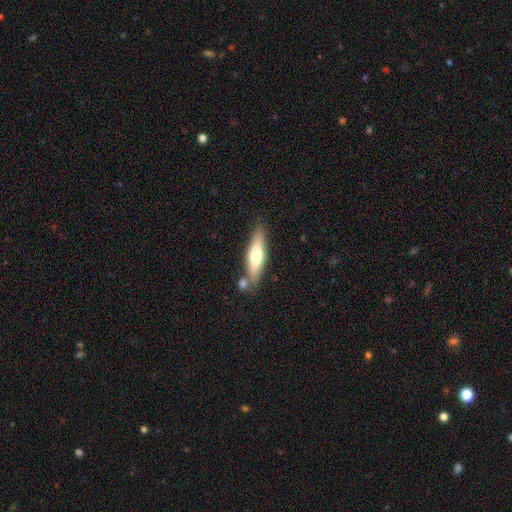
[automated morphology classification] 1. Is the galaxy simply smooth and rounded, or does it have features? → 54% smooth, 40% featured or disk, 6% star or artifact.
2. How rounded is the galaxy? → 71% cigar-shaped, 27% in between, 2% round.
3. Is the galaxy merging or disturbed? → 72% none, 13% minor disturbance, 12% merger, 3% major disturbance.